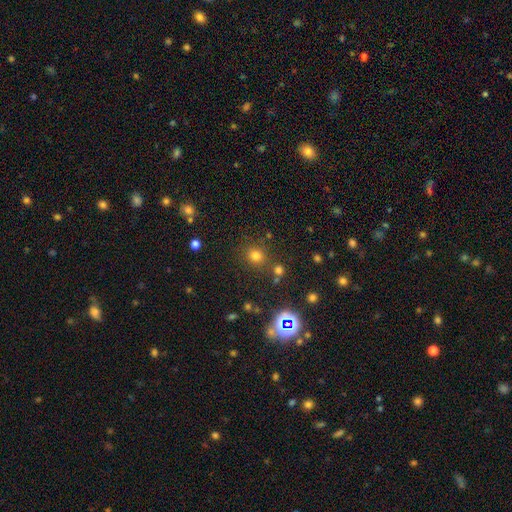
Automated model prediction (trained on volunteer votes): Smooth or featured: smooth — 72% (star or artifact — 21%)
How rounded: round — 85% (in between — 14%)
Merging: none — 79% (minor disturbance — 9%)